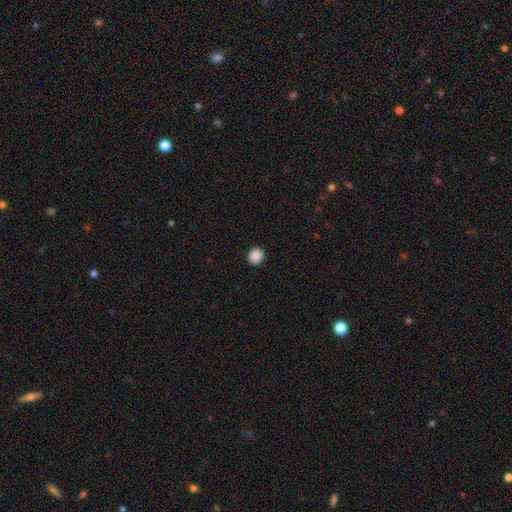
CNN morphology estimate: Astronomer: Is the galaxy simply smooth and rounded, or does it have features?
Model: smooth — 89%.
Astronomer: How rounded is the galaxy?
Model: round — 88%.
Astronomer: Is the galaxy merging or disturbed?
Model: none — 93%.